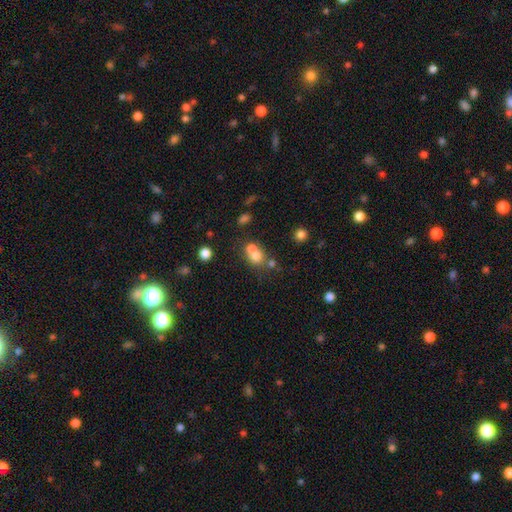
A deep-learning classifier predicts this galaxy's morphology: Overall: smooth (69%). How rounded: round (75%). Merging: merger (55%; none 34%).